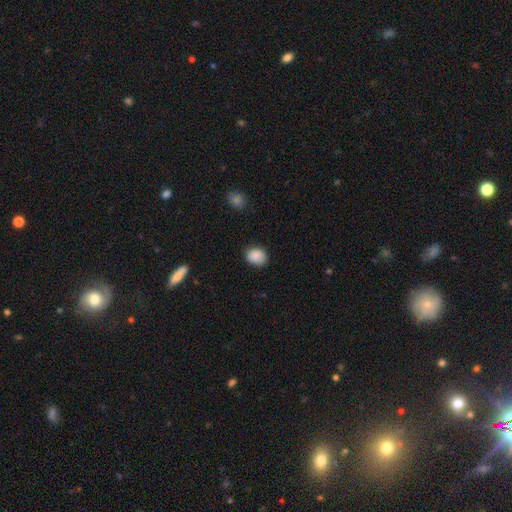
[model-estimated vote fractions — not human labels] Smooth or featured? smooth (89%)
How rounded? in between (52%)
Merging? none (81%)